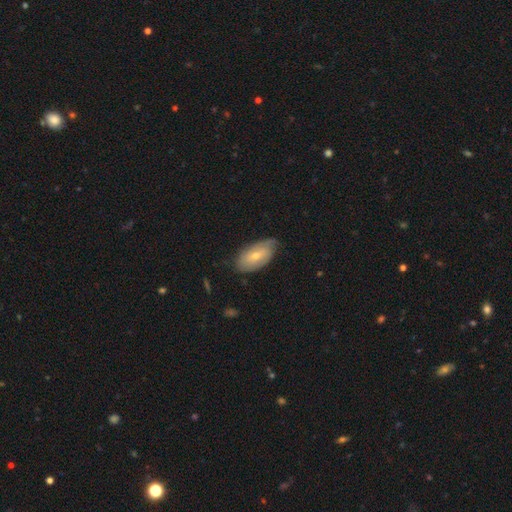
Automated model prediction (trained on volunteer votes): Morphology: type=smooth (53%); roundness=in between (92%); merging=none (64%).